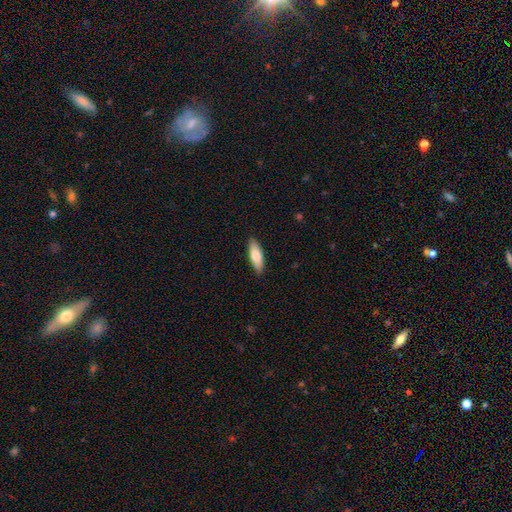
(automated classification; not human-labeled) A smooth galaxy with no disk features (76%) that is in between round and cigar-shaped (56%).

Vote fractions:
- Smooth or featured? smooth: 76% / featured or disk: 18% / star or artifact: 6%
- How rounded? in between: 56% / cigar-shaped: 42% / round: 2%
- Merging? none: 89% / minor disturbance: 9% / major disturbance: 2% / merger: 1%